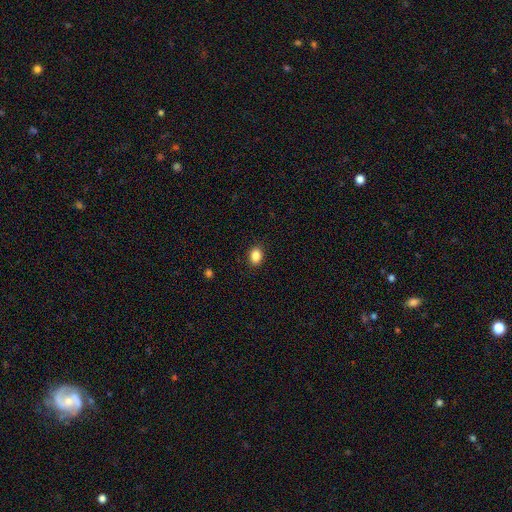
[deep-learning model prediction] smooth-or-featured: smooth: 87% | star or artifact: 9% | featured or disk: 4%
  how-rounded: in between: 67% | round: 32% | cigar-shaped: 1%
  merging: none: 89% | minor disturbance: 8% | major disturbance: 2% | merger: 1%